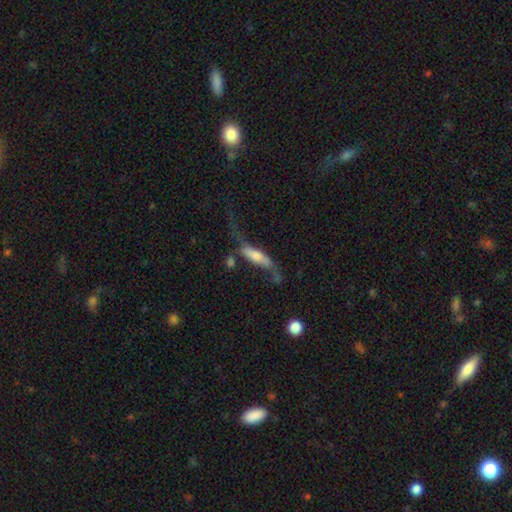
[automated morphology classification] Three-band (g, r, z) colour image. It shows a featured or disk galaxy (50%) viewed edge-on (52%). Merging: major disturbance (37%).